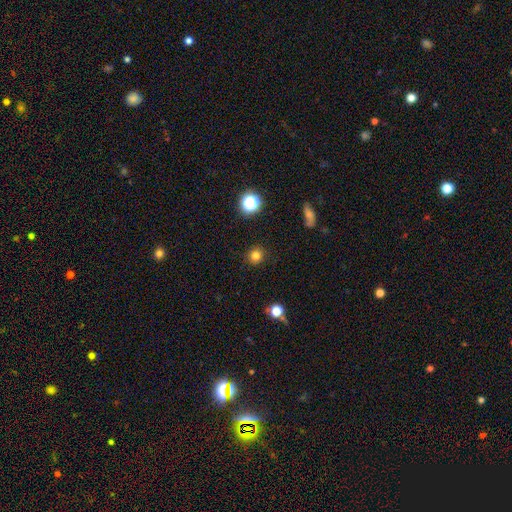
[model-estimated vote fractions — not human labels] This is clearly a smooth galaxy (80%). How rounded: clearly round (92%). Merging: clearly none (91%).